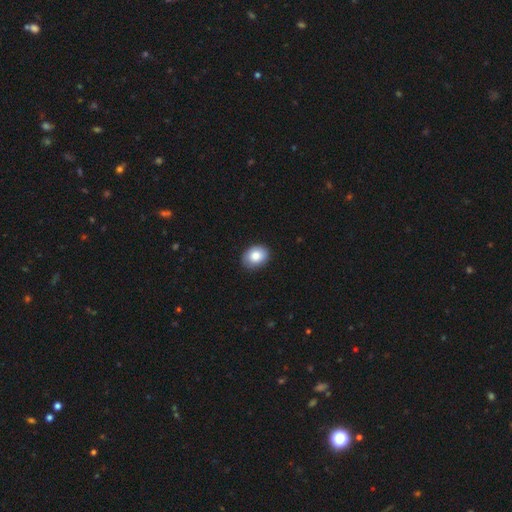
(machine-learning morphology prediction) A smooth galaxy with no disk features (83%) that is in between round and cigar-shaped (63%). Merging: none (87%).